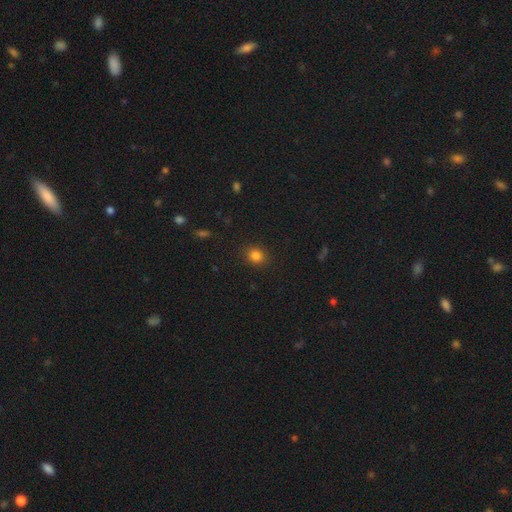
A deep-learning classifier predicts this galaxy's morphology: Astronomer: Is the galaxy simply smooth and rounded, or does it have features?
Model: smooth — 83%.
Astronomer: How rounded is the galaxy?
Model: round — 65%.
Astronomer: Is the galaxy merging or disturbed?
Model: none — 88%.